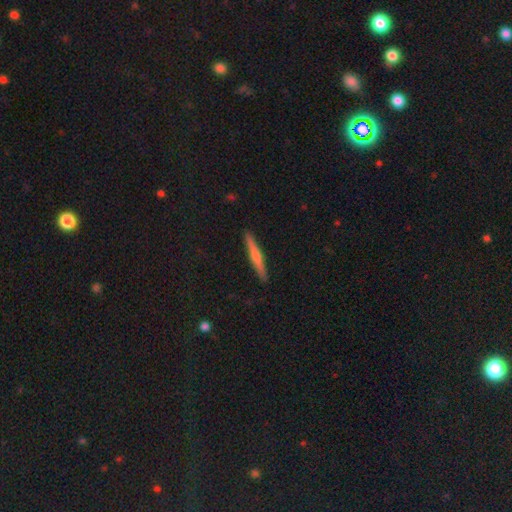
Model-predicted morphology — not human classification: type=featured or disk (53%); edge-on=yes (98%); edge-on bulge=rounded (66%); merging=none (92%).